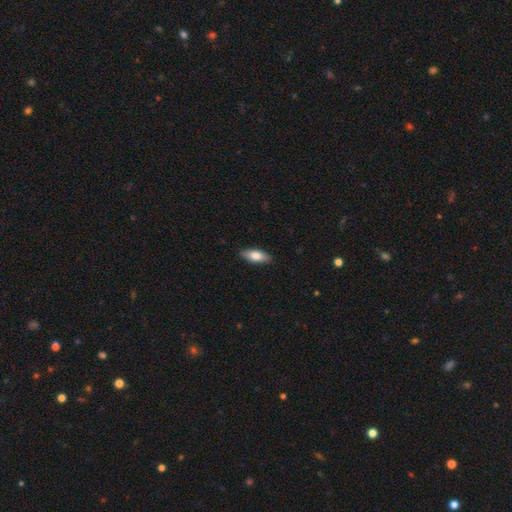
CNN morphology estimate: Smooth or featured? Predicted: smooth (p=0.77). How rounded? Predicted: in between (p=0.75). Merging? Predicted: none (p=0.87).